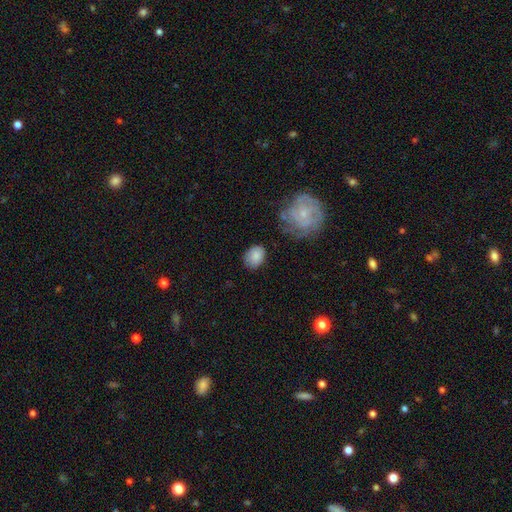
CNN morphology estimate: Overall: smooth (83%). How rounded: in between (59%; round 40%). Merging: none (74%).